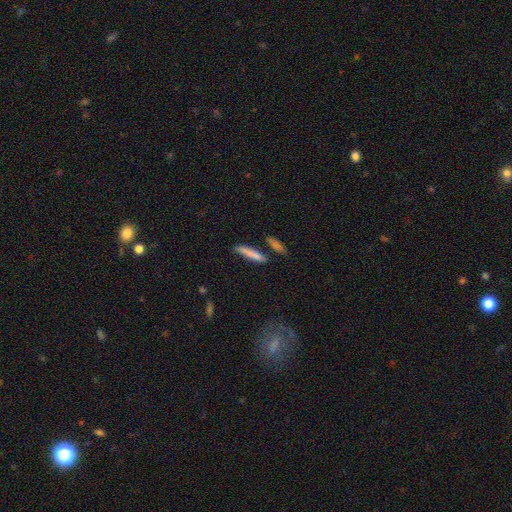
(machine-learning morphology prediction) The model was most divided on "smooth or featured": smooth: 77%, featured or disk: 17%, star or artifact: 7%. More confident: how rounded — cigar-shaped (89%); merging — none (73%).